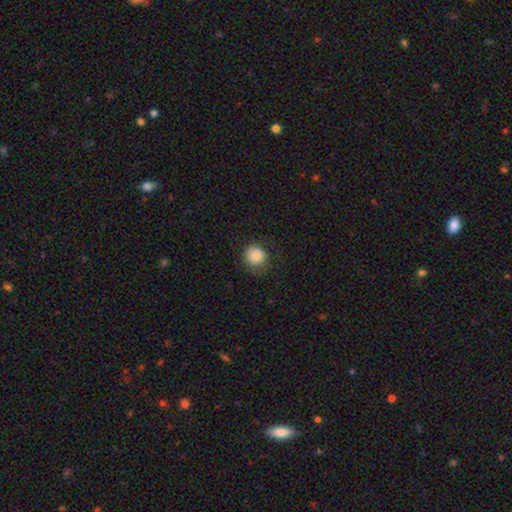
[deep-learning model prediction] Smooth or featured: smooth — 85% (star or artifact — 9%)
How rounded: round — 86% (in between — 13%)
Merging: none — 72% (minor disturbance — 19%)